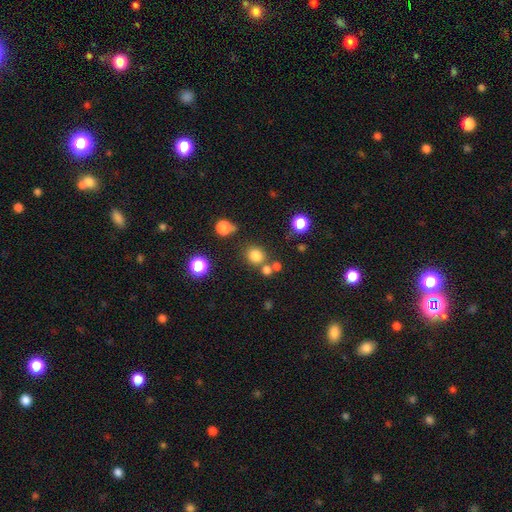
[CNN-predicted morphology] Overall: smooth (78%). How rounded: round (85%). Merging: none (73%).